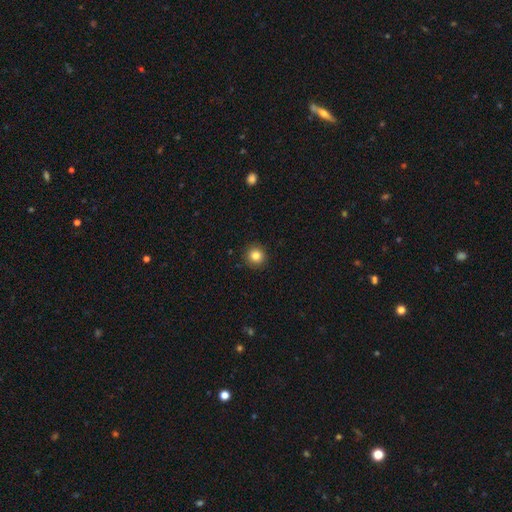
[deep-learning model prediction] smooth 83%, star or artifact 11%, featured or disk 6%. Down the decision tree: how rounded — round (94%); merging — none (92%).